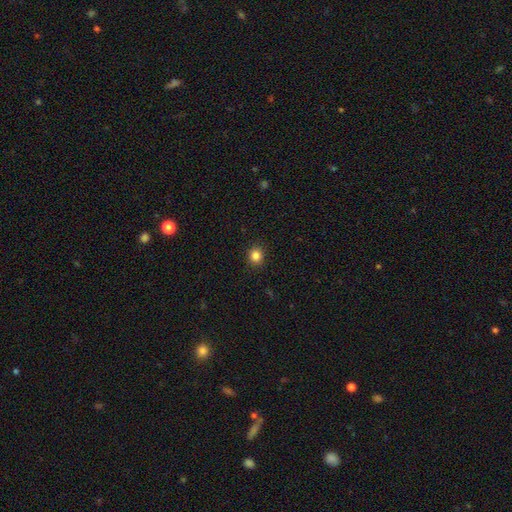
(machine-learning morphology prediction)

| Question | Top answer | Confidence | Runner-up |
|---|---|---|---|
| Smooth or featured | smooth | 85% | star or artifact (11%) |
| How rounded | round | 83% | in between (16%) |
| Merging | none | 91% | minor disturbance (6%) |